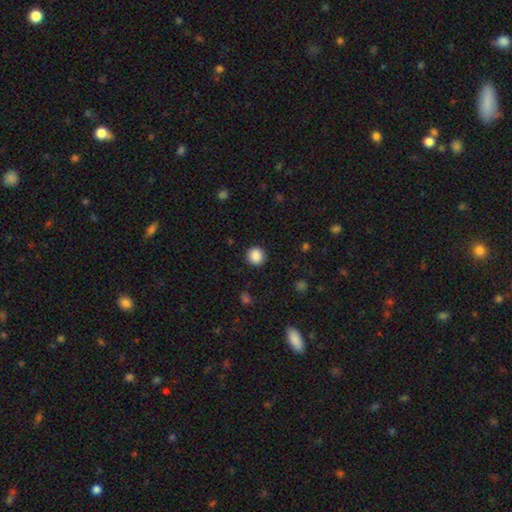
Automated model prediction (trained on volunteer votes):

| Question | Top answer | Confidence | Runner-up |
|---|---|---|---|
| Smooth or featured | smooth | 88% | star or artifact (9%) |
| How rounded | round | 88% | in between (11%) |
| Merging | none | 90% | minor disturbance (7%) |